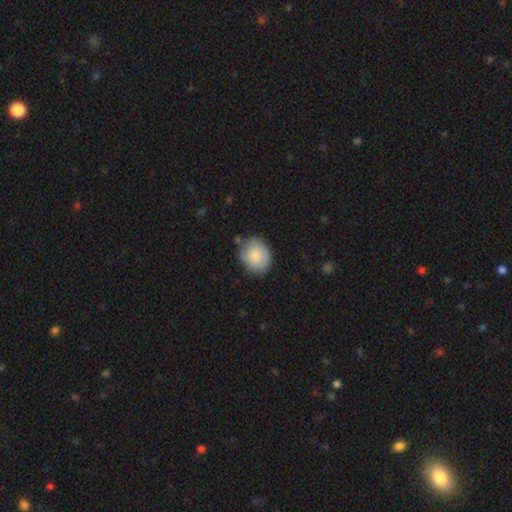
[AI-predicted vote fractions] The model was most divided on "how rounded": round: 65%, in between: 34%, cigar-shaped: 1%. More confident: smooth or featured — smooth (82%); merging — none (73%).